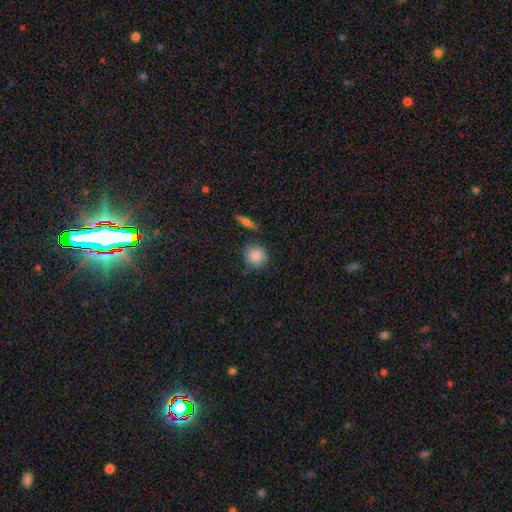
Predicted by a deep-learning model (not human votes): Smooth or featured? smooth (86%)
How rounded? round (90%)
Merging? none (80%)